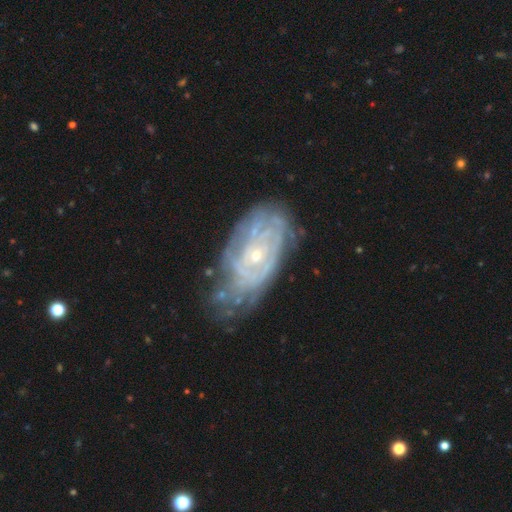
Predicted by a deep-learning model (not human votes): Smooth or featured? featured or disk (81%)
Edge-on disk? no (94%)
Bar? no (75%)
Spiral arms? yes (85%)
Spiral winding? tight (75%)
Spiral arm count? can't tell (57%)
Bulge size? small (71%)
Merging? none (55%)